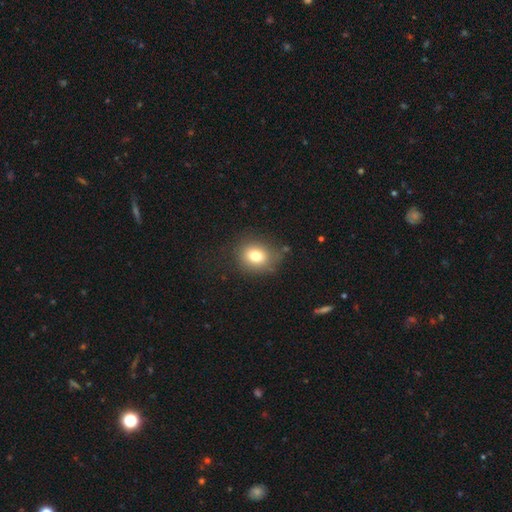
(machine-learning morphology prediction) Smooth or featured: smooth — 77% (star or artifact — 12%)
How rounded: round — 65% (in between — 34%)
Merging: none — 76% (minor disturbance — 16%)